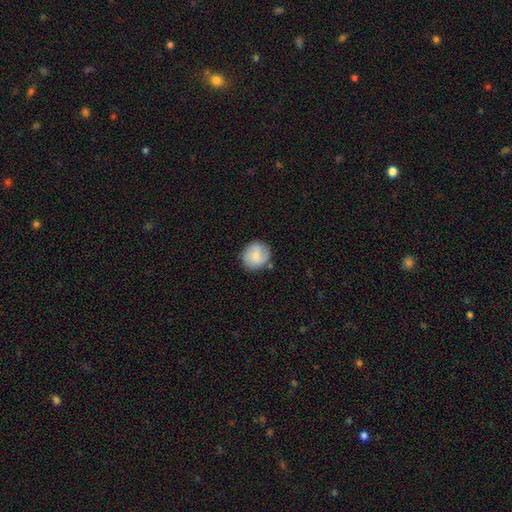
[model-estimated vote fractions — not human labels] Morphology: type=smooth (71%); roundness=round (88%); merging=none (80%).